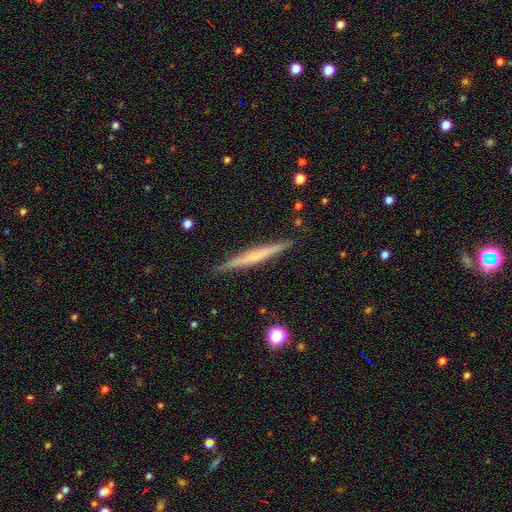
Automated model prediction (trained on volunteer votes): This appears to be a featured or disk galaxy (52%) viewed edge-on (97%) with no central bulge (73%). Merging: none (90%).